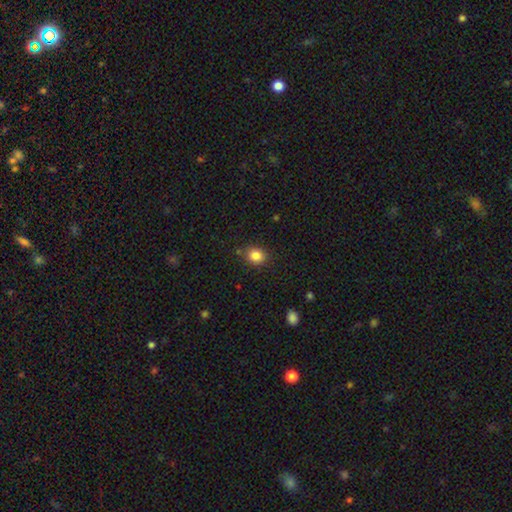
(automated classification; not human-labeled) Q: Smooth or featured?
A: smooth (84%); runner-up: star or artifact (10%)
Q: How rounded?
A: round (64%); runner-up: in between (35%)
Q: Merging?
A: none (84%); runner-up: minor disturbance (11%)